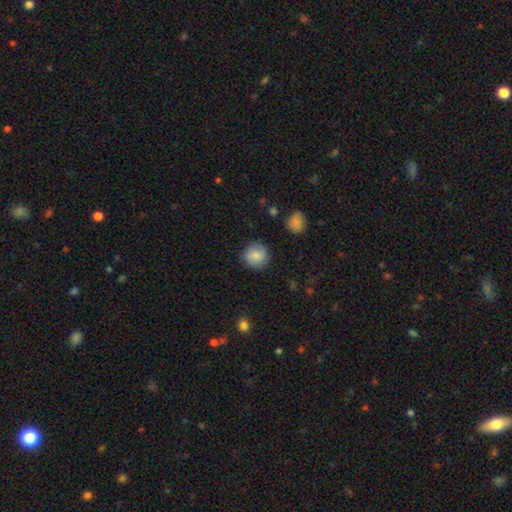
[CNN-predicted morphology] This appears to be a smooth galaxy with no disk features (77%) that is round (92%). Merging: none (85%).